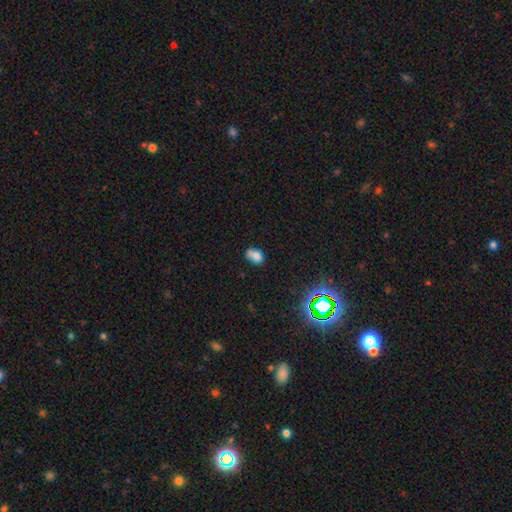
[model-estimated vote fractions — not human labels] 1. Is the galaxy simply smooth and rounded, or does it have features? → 75% smooth, 14% star or artifact, 11% featured or disk.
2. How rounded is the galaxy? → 79% in between, 20% round, 2% cigar-shaped.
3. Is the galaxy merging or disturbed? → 49% none, 30% minor disturbance, 12% merger, 9% major disturbance.